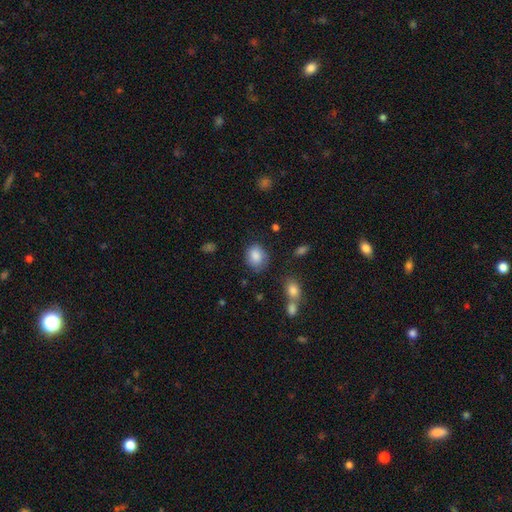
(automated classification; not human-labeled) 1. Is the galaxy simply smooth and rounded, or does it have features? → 85% smooth, 8% star or artifact, 7% featured or disk.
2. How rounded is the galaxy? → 57% round, 42% in between, 1% cigar-shaped.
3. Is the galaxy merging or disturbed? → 72% none, 20% minor disturbance, 6% major disturbance, 3% merger.